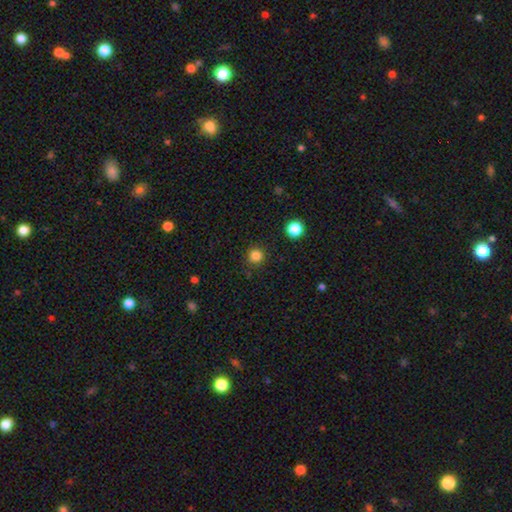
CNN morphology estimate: Q: Smooth or featured?
A: smooth (83%); runner-up: star or artifact (14%)
Q: How rounded?
A: round (95%); runner-up: in between (4%)
Q: Merging?
A: none (91%); runner-up: minor disturbance (6%)